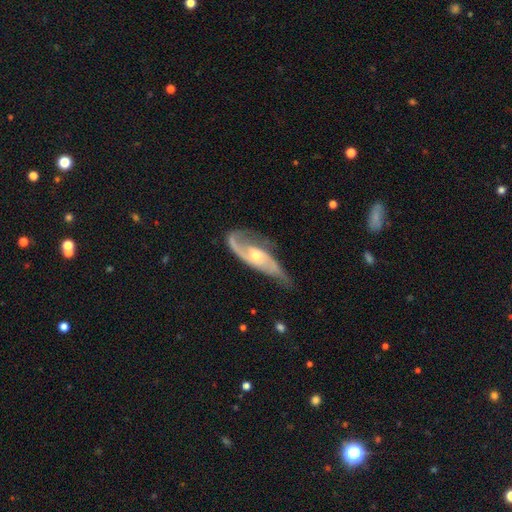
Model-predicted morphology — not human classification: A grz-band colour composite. It shows a featured or disk galaxy (85%) with no bar (60%), 2 (78%) medium (45%) spiral arms (95%) and a small central bulge (50%). Merging: none (56%).